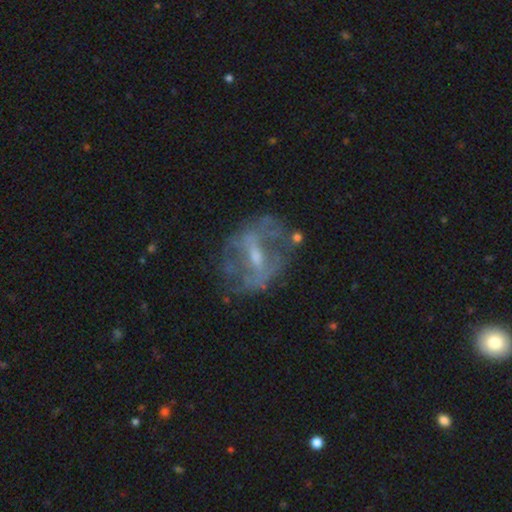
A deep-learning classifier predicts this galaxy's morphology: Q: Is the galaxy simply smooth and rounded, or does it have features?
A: featured or disk — 74%.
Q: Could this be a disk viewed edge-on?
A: no — 94%.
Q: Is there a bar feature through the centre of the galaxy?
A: weak — 44%.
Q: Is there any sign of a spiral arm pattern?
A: no — 55%.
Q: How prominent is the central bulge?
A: small — 48%.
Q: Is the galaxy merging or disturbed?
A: none — 59%.